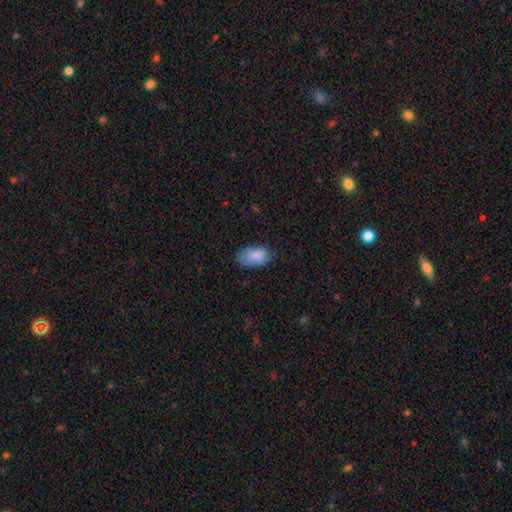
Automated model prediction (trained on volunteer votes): Overall: smooth (84%). How rounded: in between (93%). Merging: none (62%; minor disturbance 28%).